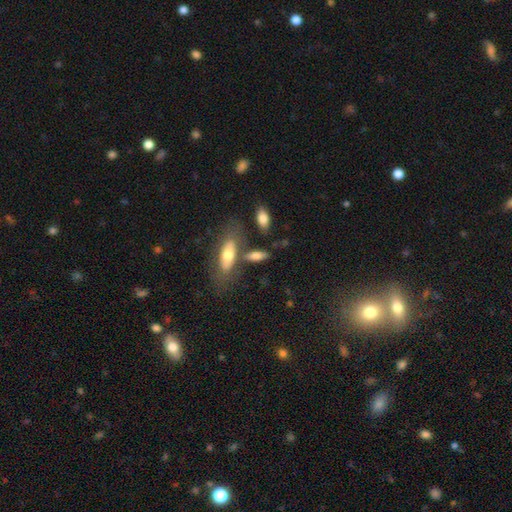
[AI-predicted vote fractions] This appears to be a smooth galaxy with no disk features (68%) that is in between round and cigar-shaped (65%). Merging: none (58%).